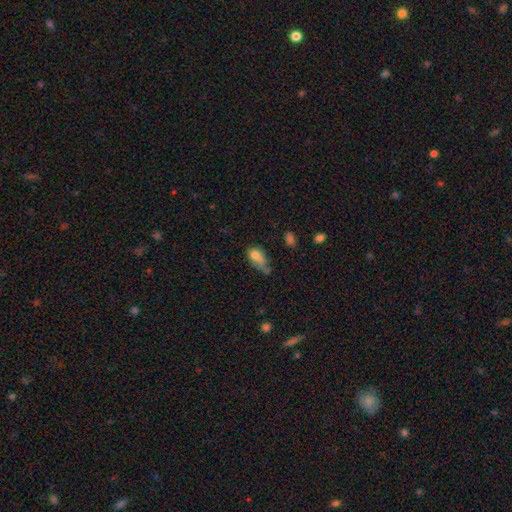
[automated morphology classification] smooth 73%, featured or disk 17%, star or artifact 11%. Down the decision tree: how rounded — in between (83%); merging — minor disturbance (34%).